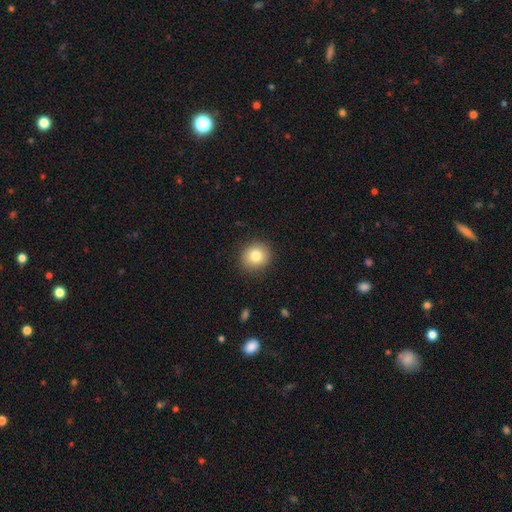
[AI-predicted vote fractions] Smooth or featured?
  - smooth: 82% *
  - star or artifact: 10%
  - featured or disk: 8%
How rounded?
  - round: 85% *
  - in between: 15%
  - cigar-shaped: 1%
Merging?
  - none: 90% *
  - minor disturbance: 7%
  - major disturbance: 2%
  - merger: 1%